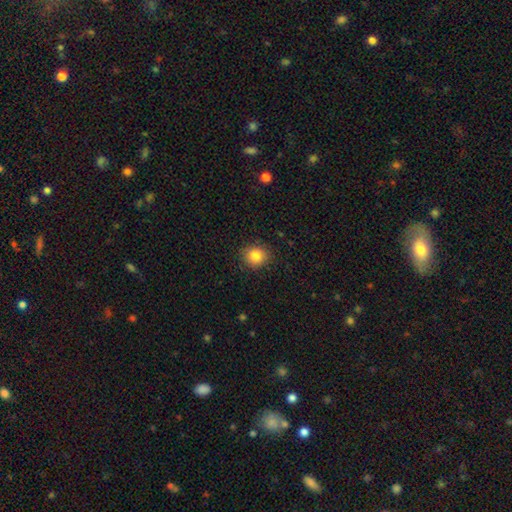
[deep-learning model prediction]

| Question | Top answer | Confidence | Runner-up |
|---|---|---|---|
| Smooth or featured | smooth | 84% | star or artifact (10%) |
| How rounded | round | 81% | in between (18%) |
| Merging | none | 89% | minor disturbance (8%) |